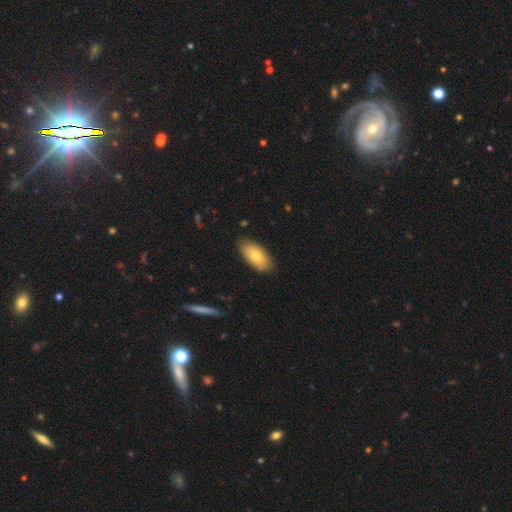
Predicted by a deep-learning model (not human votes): Smooth or featured: smooth — 73% (featured or disk — 21%)
How rounded: in between — 93% (cigar-shaped — 4%)
Merging: none — 85% (minor disturbance — 11%)